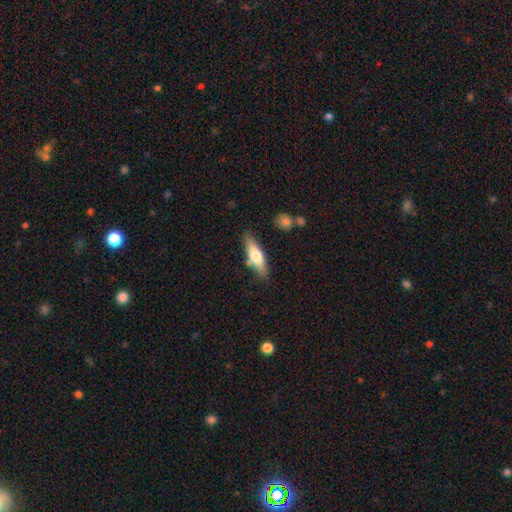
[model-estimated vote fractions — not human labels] Morphology: type=smooth (56%); roundness=cigar-shaped (56%); merging=none (80%).